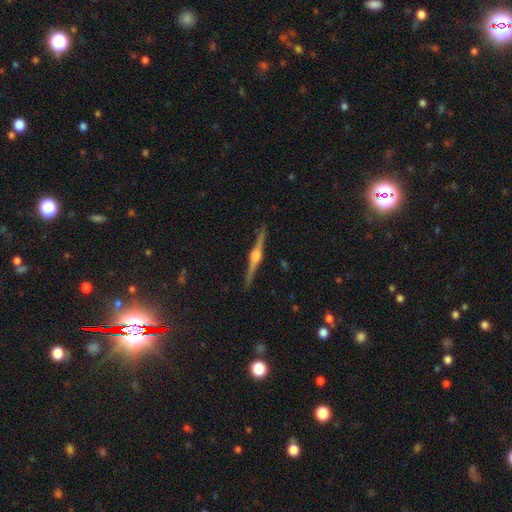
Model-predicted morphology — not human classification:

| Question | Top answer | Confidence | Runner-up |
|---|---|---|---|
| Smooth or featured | featured or disk | 87% | smooth (8%) |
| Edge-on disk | yes | 99% | no (1%) |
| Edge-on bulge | rounded | 88% | boxy (9%) |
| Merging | none | 92% | minor disturbance (6%) |